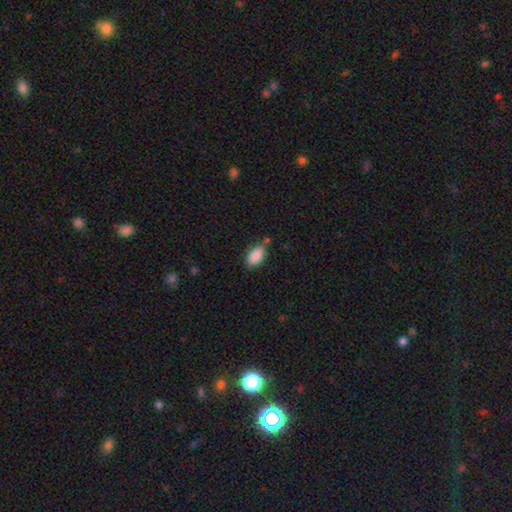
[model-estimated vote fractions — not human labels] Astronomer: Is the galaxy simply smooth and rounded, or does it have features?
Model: smooth — 87%.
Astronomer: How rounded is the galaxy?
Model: in between — 93%.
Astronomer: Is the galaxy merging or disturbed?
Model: none — 71%.